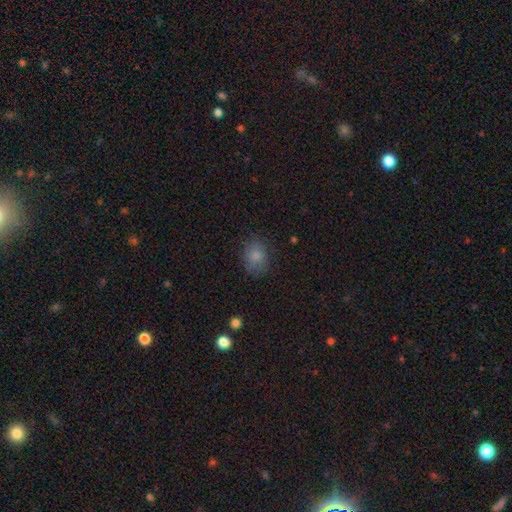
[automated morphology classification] Overall: smooth (83%). How rounded: round (52%; in between 47%). Merging: none (77%).